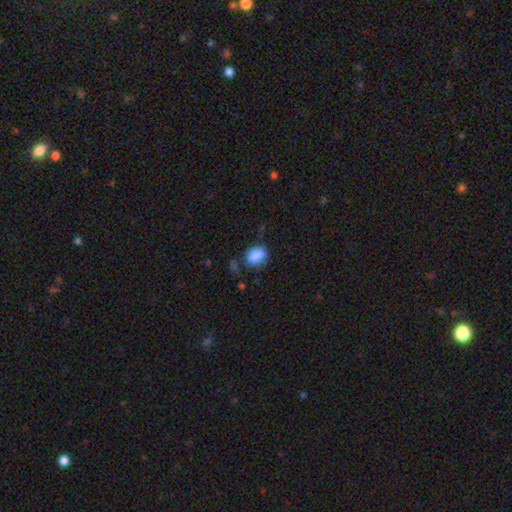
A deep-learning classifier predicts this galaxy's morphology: smooth_or_featured: smooth (p=0.85) [alt: star or artifact p=0.09]
how_rounded: in between (p=0.63) [alt: round p=0.35]
merging: none (p=0.58) [alt: minor disturbance p=0.27]